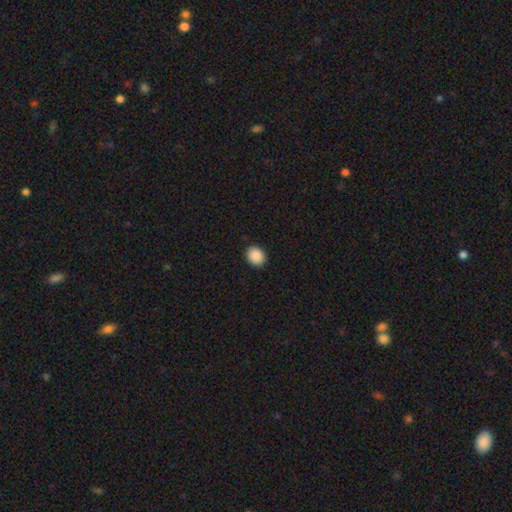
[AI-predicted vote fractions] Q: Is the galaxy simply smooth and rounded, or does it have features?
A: smooth — 90%.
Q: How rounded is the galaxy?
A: round — 62%.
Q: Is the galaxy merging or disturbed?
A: none — 91%.